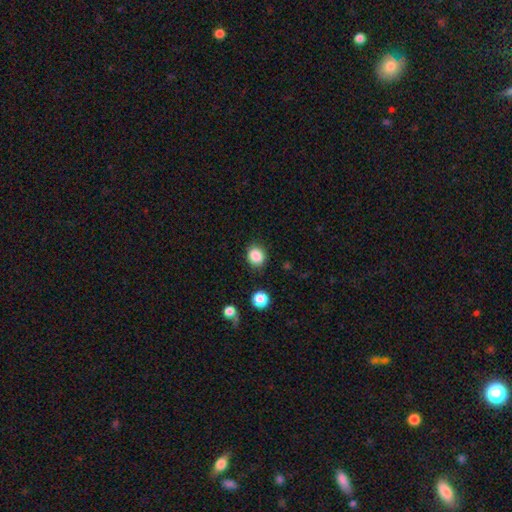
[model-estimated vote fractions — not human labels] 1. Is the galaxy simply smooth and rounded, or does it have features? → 86% smooth, 10% star or artifact, 4% featured or disk.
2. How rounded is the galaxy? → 71% round, 28% in between, 1% cigar-shaped.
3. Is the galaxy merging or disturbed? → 84% none, 11% minor disturbance, 3% major disturbance, 2% merger.